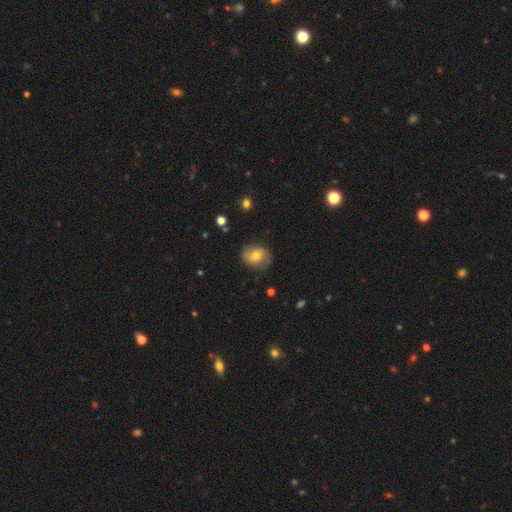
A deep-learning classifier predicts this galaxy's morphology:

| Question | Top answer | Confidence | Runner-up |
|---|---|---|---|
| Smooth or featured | smooth | 50% | featured or disk (40%) |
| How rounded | round | 63% | in between (36%) |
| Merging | none | 79% | minor disturbance (16%) |